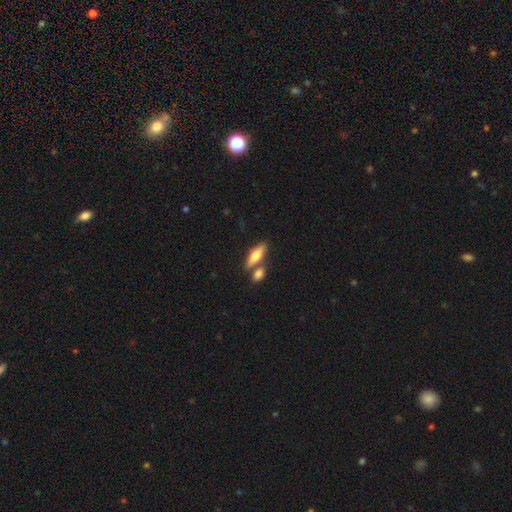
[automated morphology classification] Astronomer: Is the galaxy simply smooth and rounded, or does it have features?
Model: smooth — 65%.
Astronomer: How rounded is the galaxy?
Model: in between — 56% (runner-up: cigar-shaped, 40%).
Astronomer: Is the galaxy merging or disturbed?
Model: none — 60%.